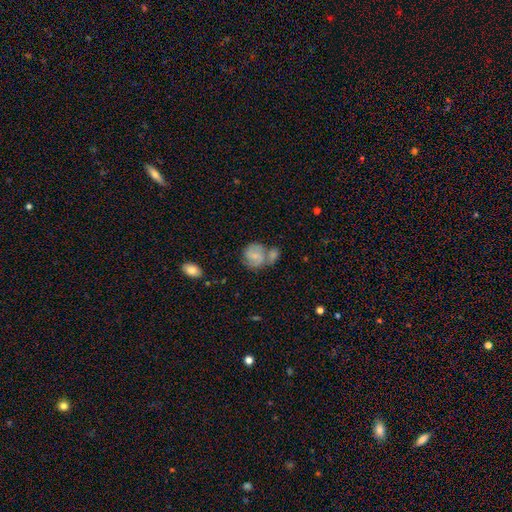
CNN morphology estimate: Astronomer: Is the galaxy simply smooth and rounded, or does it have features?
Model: featured or disk — 50% (runner-up: smooth, 43%).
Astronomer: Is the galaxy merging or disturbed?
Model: merger — 41% (runner-up: none, 35%).